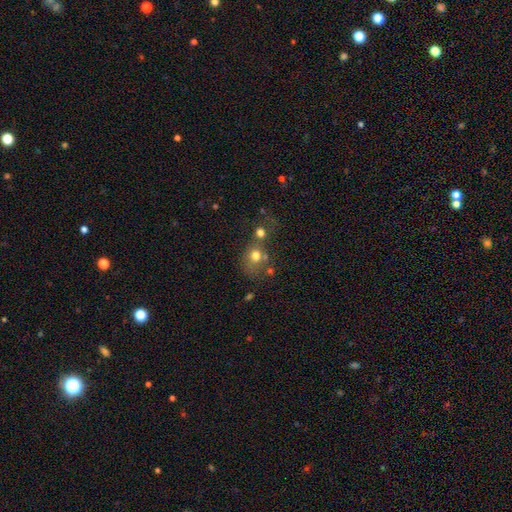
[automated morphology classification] Smooth or featured? smooth (69%)
How rounded? round (72%)
Merging? merger (41%)